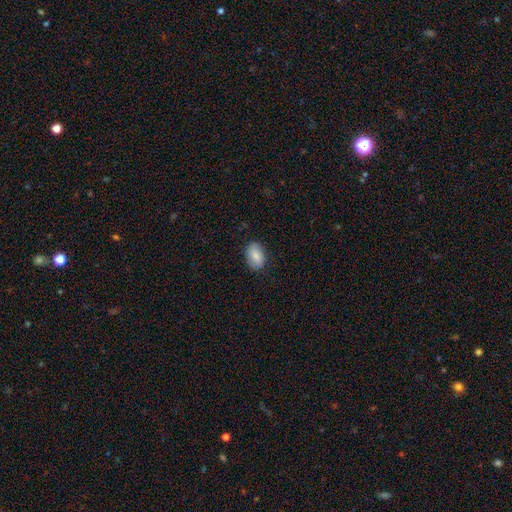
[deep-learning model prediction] A smooth galaxy with no disk features (81%) that is in between round and cigar-shaped (87%).

Vote fractions:
- Smooth or featured? smooth: 81% / featured or disk: 13% / star or artifact: 7%
- How rounded? in between: 87% / round: 12% / cigar-shaped: 1%
- Merging? none: 84% / minor disturbance: 12% / major disturbance: 3% / merger: 1%